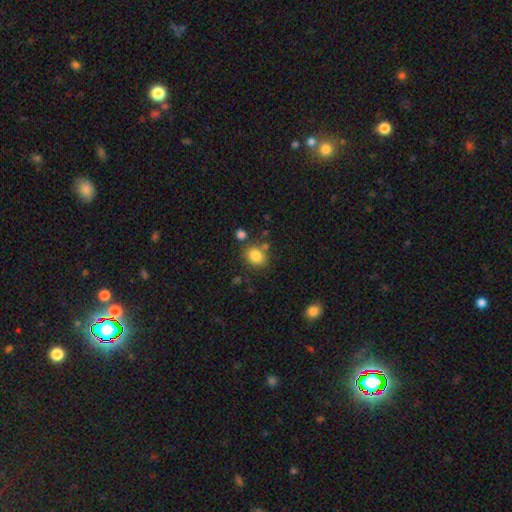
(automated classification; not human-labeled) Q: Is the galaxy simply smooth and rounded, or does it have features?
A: smooth — 83%.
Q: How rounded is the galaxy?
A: round — 56%.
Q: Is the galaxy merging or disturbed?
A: none — 74%.